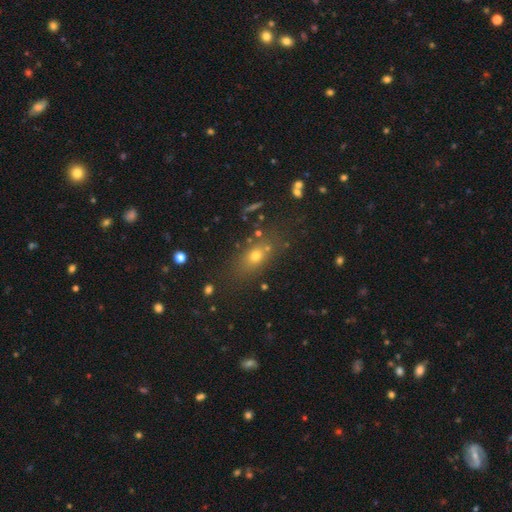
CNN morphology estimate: This is likely a smooth galaxy (66%). How rounded: likely in between (61%). Merging: likely none (74%).